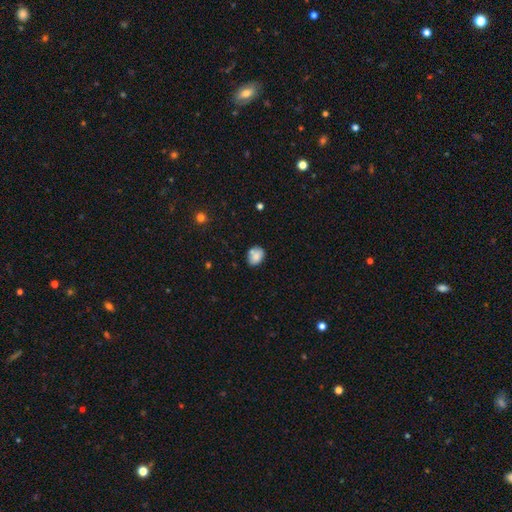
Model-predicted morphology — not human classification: smooth-or-featured: smooth: 77% | featured or disk: 14% | star or artifact: 9%
  how-rounded: in between: 63% | round: 36% | cigar-shaped: 1%
  merging: none: 58% | minor disturbance: 21% | merger: 15% | major disturbance: 5%